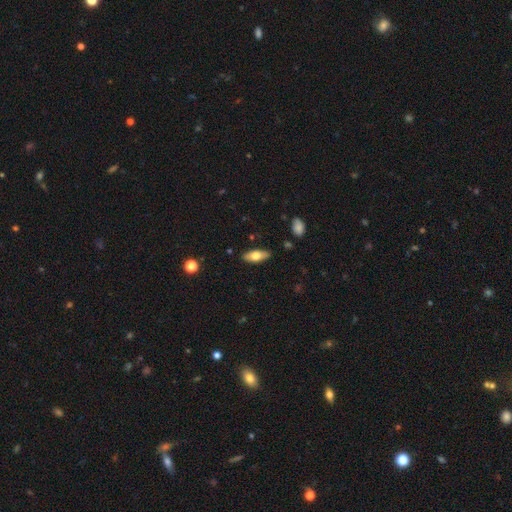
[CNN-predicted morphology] smooth-or-featured: smooth: 66% | featured or disk: 28% | star or artifact: 6%
  how-rounded: in between: 75% | cigar-shaped: 22% | round: 3%
  merging: none: 86% | minor disturbance: 11% | major disturbance: 2% | merger: 2%